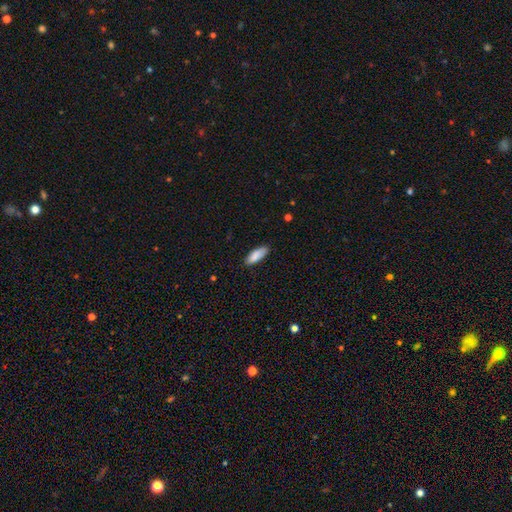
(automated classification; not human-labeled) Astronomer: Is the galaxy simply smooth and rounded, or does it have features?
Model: smooth — 88%.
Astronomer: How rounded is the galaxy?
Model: in between — 63%.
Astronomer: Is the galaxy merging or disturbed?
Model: none — 85%.